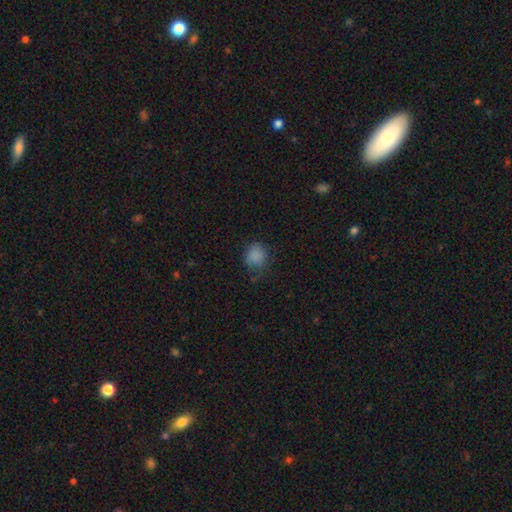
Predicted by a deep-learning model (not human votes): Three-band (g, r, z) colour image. It shows a smooth galaxy with no disk features (84%) that is round (71%). Merging: none (65%).